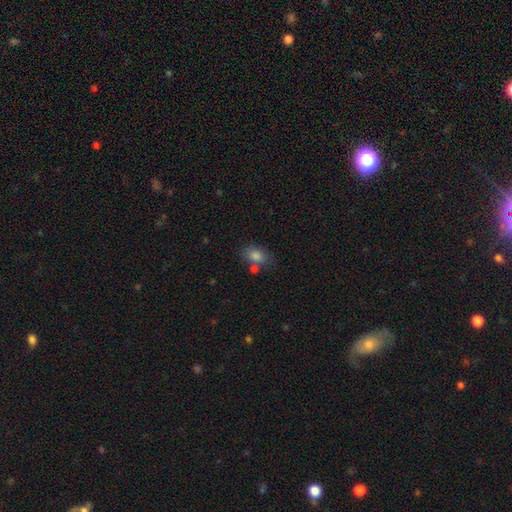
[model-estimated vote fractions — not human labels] smooth_or_featured: smooth (p=0.83) [alt: star or artifact p=0.09]
how_rounded: in between (p=0.83) [alt: round p=0.15]
merging: none (p=0.61) [alt: merger p=0.18]